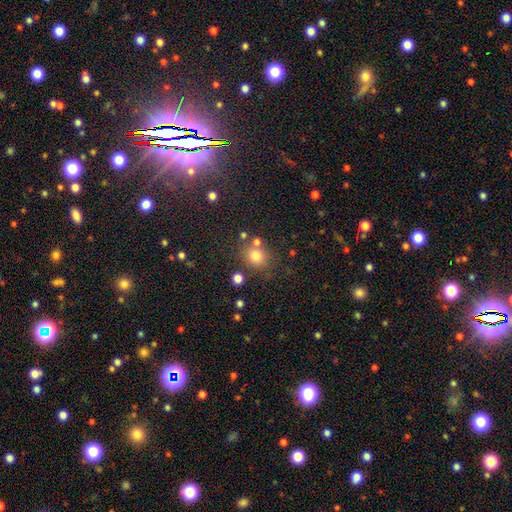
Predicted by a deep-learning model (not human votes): This appears to be a smooth galaxy with no disk features (78%) that is round (81%). Merging: none (71%).